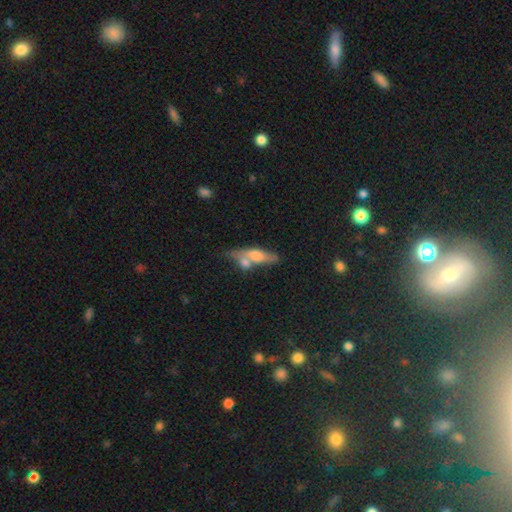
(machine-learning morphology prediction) smooth_or_featured: smooth (p=0.55) [alt: featured or disk p=0.38]
how_rounded: in between (p=0.48) [alt: cigar-shaped p=0.47]
merging: merger (p=0.46) [alt: none p=0.31]